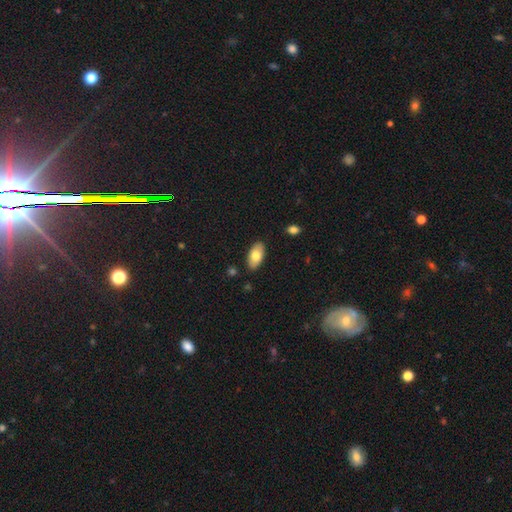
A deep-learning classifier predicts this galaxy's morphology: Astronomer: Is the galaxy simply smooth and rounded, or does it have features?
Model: smooth — 77%.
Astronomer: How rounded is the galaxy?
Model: in between — 94%.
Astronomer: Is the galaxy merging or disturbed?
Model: none — 87%.